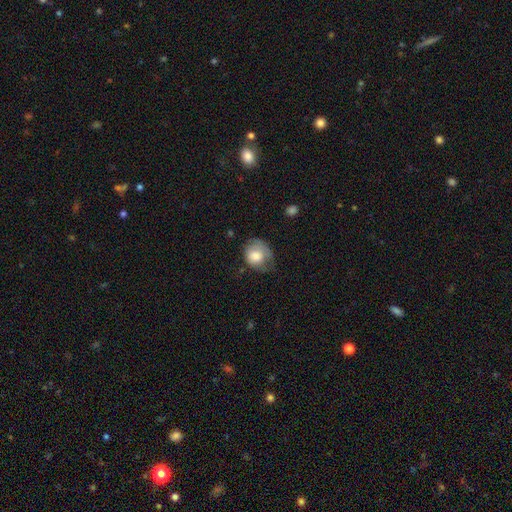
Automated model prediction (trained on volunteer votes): This appears to be a smooth galaxy with no disk features (74%) that is round (61%). Merging: minor disturbance (38%).